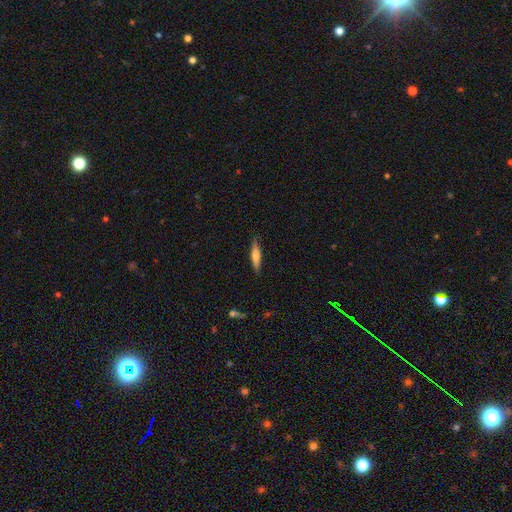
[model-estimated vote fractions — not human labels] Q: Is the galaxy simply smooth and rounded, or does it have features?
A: smooth — 60%.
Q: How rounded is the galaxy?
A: cigar-shaped — 82%.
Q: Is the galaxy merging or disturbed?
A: none — 85%.